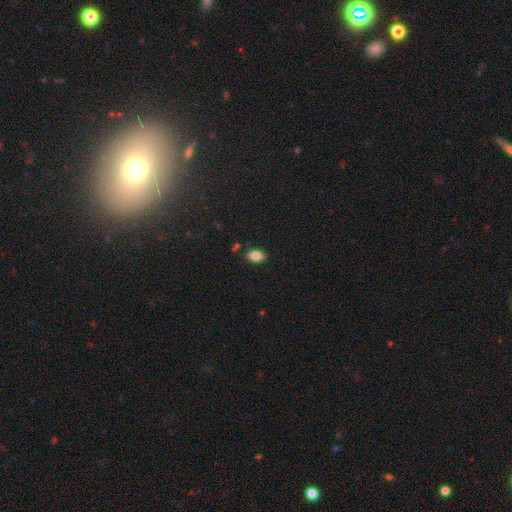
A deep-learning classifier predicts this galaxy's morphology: smooth 85%, star or artifact 9%, featured or disk 6%. Down the decision tree: how rounded — in between (90%); merging — none (83%).